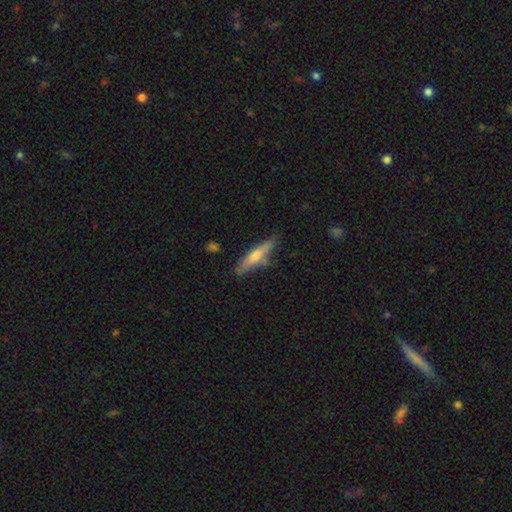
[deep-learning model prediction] Morphology: type=smooth (53%); roundness=cigar-shaped (86%); merging=none (77%).